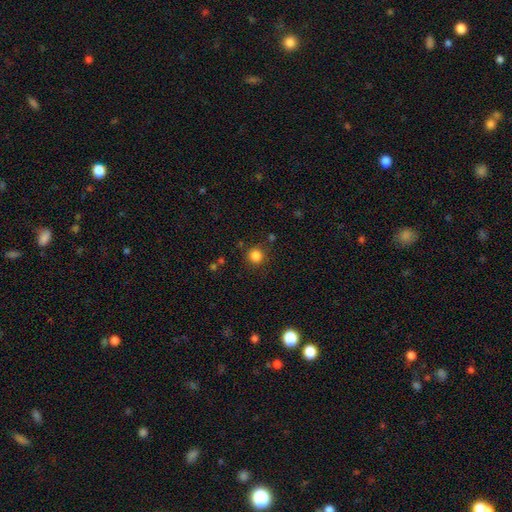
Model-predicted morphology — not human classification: This appears to be a smooth galaxy with no disk features (84%) that is round (92%). Merging: none (86%).